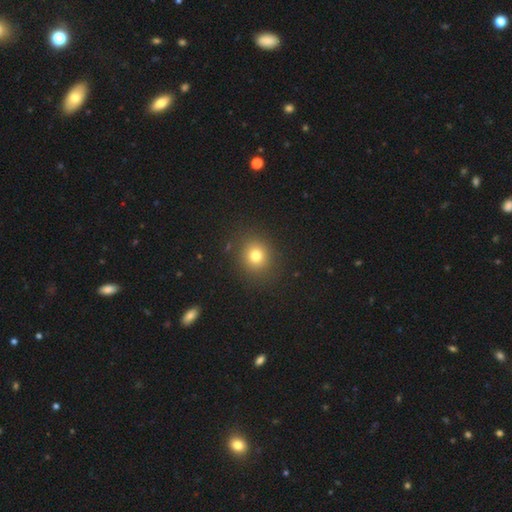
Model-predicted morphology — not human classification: This appears to be a smooth galaxy with no disk features (77%) that is round (82%). Merging: none (87%).